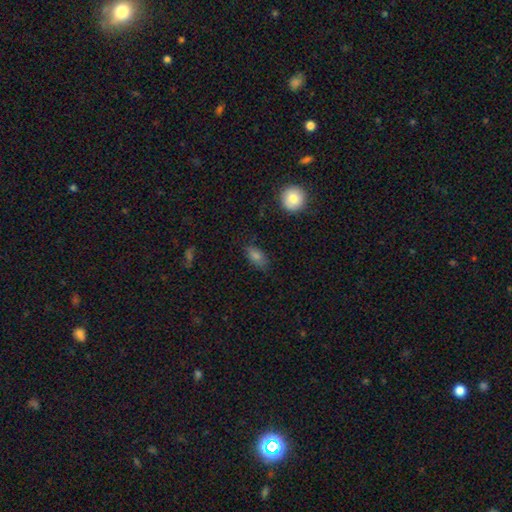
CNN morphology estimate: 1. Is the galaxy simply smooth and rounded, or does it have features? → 80% smooth, 11% star or artifact, 9% featured or disk.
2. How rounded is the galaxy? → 85% in between, 10% round, 5% cigar-shaped.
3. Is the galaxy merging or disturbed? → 77% none, 17% minor disturbance, 4% major disturbance, 2% merger.